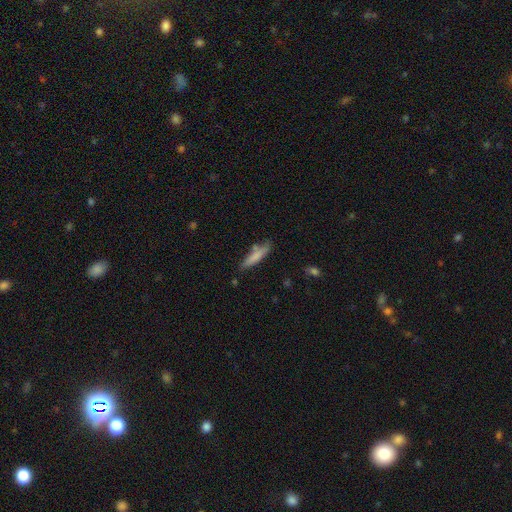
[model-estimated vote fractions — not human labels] Smooth or featured? smooth (75%)
How rounded? cigar-shaped (81%)
Merging? none (70%)